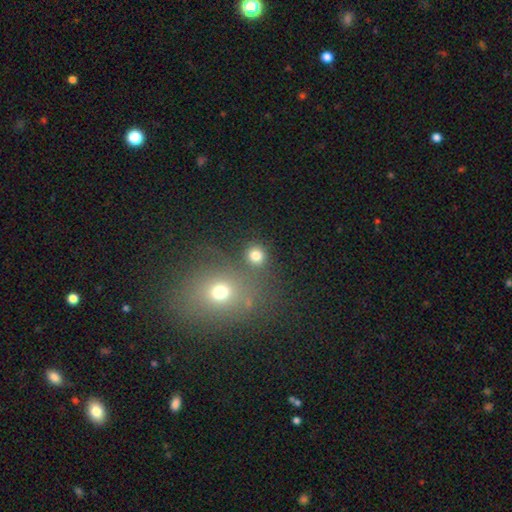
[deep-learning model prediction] smooth 78%, star or artifact 15%, featured or disk 7%. Down the decision tree: how rounded — round (86%); merging — none (73%).